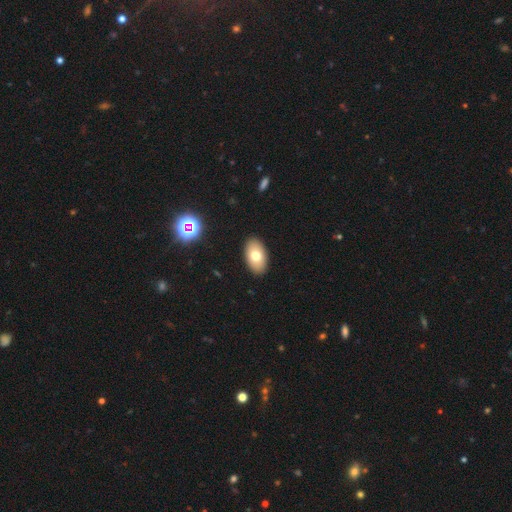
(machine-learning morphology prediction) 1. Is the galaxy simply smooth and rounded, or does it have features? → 74% smooth, 18% featured or disk, 8% star or artifact.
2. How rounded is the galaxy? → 93% in between, 6% round, 1% cigar-shaped.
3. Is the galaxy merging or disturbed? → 90% none, 7% minor disturbance, 2% major disturbance, 1% merger.